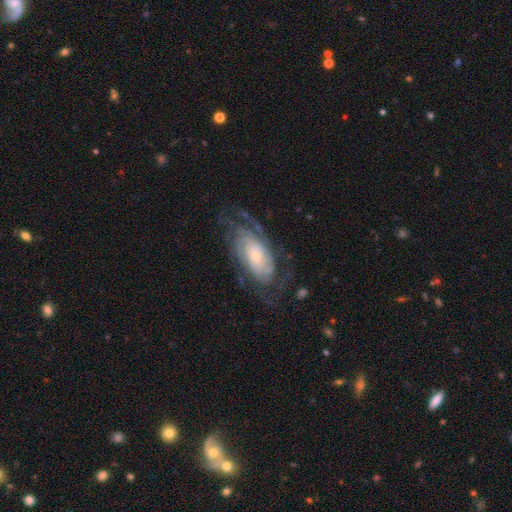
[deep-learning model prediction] Smooth or featured? featured or disk (84%)
Edge-on disk? no (93%)
Bar? no (74%)
Spiral arms? yes (95%)
Spiral winding? tight (66%)
Spiral arm count? can't tell (38%)
Bulge size? small (65%)
Merging? none (66%)